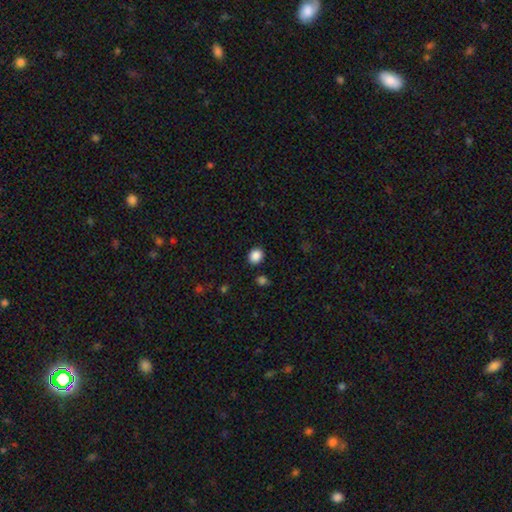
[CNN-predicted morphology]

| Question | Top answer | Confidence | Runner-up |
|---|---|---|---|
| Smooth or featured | smooth | 87% | star or artifact (9%) |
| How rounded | round | 60% | in between (39%) |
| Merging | none | 88% | minor disturbance (8%) |